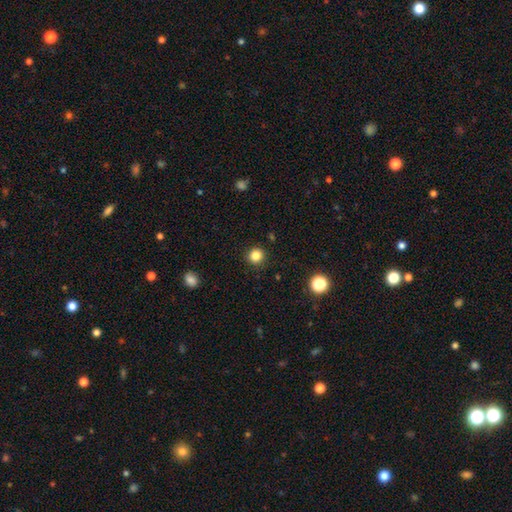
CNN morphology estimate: Smooth or featured: smooth — 83% (star or artifact — 13%)
How rounded: round — 92% (in between — 7%)
Merging: none — 91% (minor disturbance — 6%)